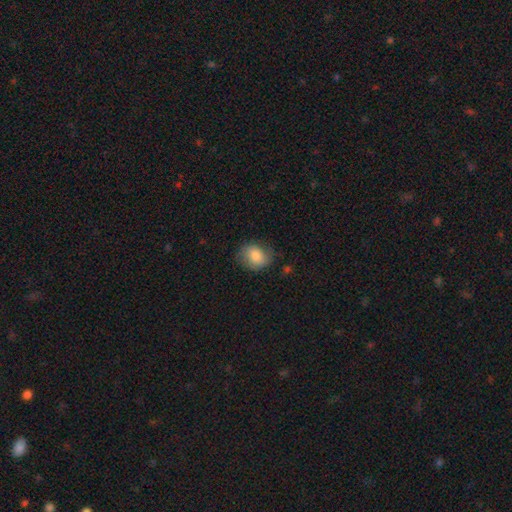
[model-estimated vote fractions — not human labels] smooth-or-featured: smooth: 81% | featured or disk: 12% | star or artifact: 8%
  how-rounded: round: 51% | in between: 48% | cigar-shaped: 1%
  merging: none: 70% | minor disturbance: 22% | major disturbance: 6% | merger: 1%